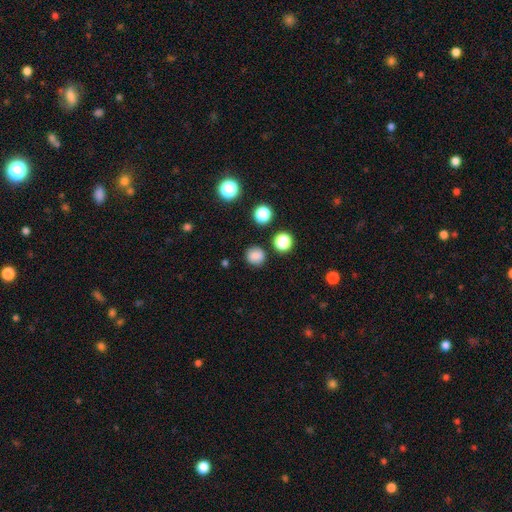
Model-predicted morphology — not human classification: A smooth galaxy with no disk features (82%) that is round (85%). Merging: none (85%).